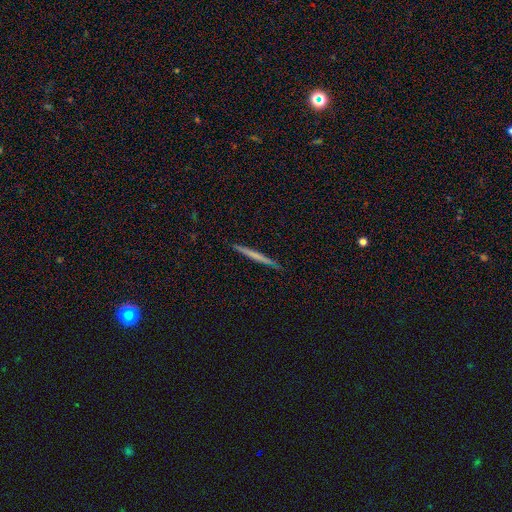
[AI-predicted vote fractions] Smooth or featured: smooth — 52% (featured or disk — 42%)
How rounded: cigar-shaped — 97% (in between — 2%)
Merging: none — 92% (minor disturbance — 6%)